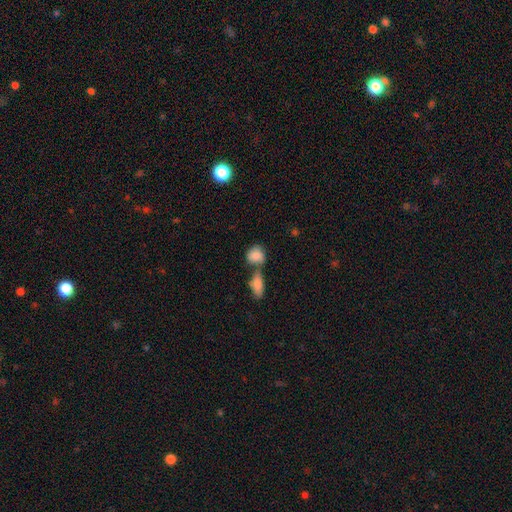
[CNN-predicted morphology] smooth_or_featured: smooth (p=0.84) [alt: featured or disk p=0.09]
how_rounded: round (p=0.53) [alt: in between p=0.45]
merging: merger (p=0.48) [alt: none p=0.36]